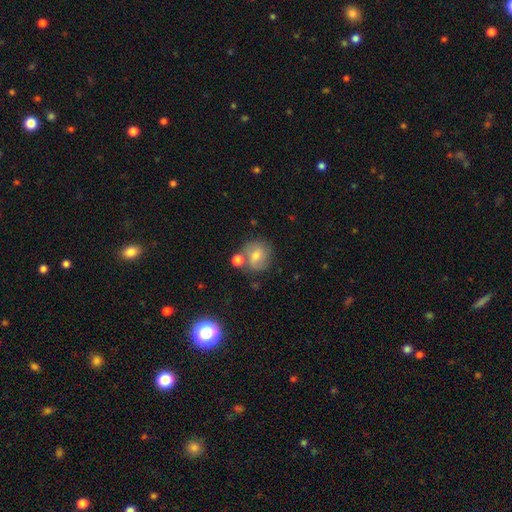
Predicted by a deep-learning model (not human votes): smooth_or_featured: smooth (p=0.56) [alt: featured or disk p=0.31]
how_rounded: round (p=0.80) [alt: in between p=0.19]
merging: none (p=0.65) [alt: merger p=0.15]